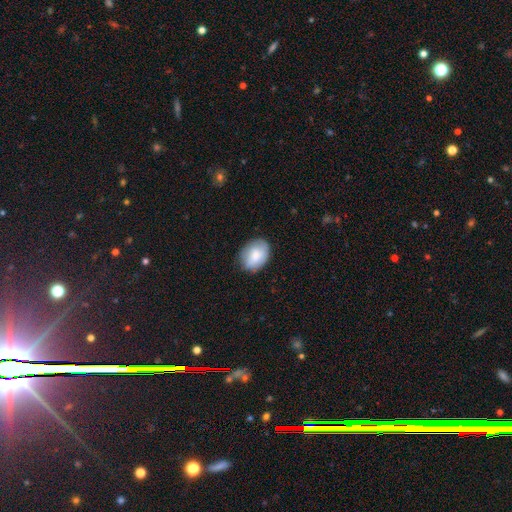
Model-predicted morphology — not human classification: This is likely a smooth galaxy (79%). How rounded: likely in between (74%). Merging: likely none (77%).